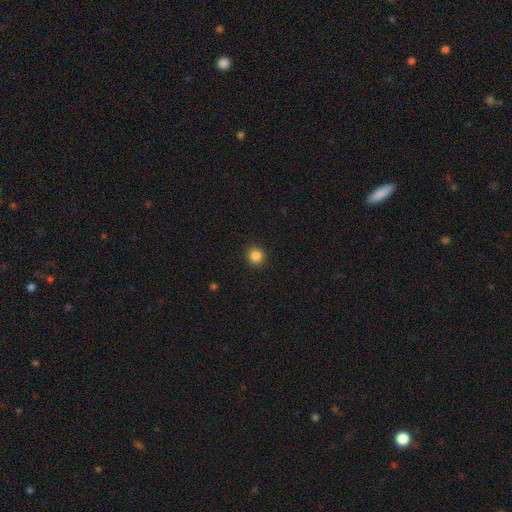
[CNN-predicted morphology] Smooth or featured? Predicted: smooth (p=0.85). How rounded? Predicted: round (p=0.91). Merging? Predicted: none (p=0.92).